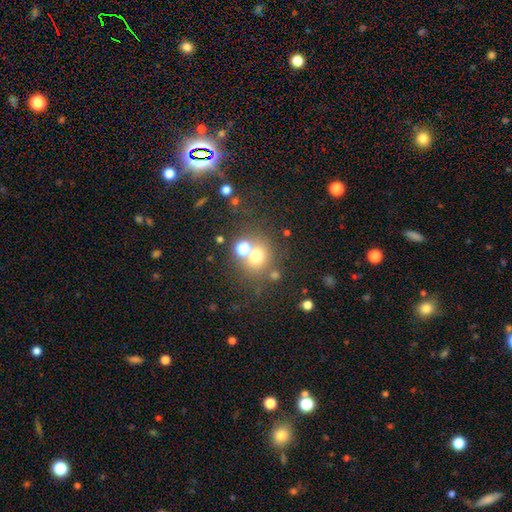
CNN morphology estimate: smooth-or-featured: smooth: 66% | star or artifact: 21% | featured or disk: 13%
  how-rounded: round: 84% | in between: 15% | cigar-shaped: 1%
  merging: none: 61% | merger: 24% | minor disturbance: 9% | major disturbance: 5%